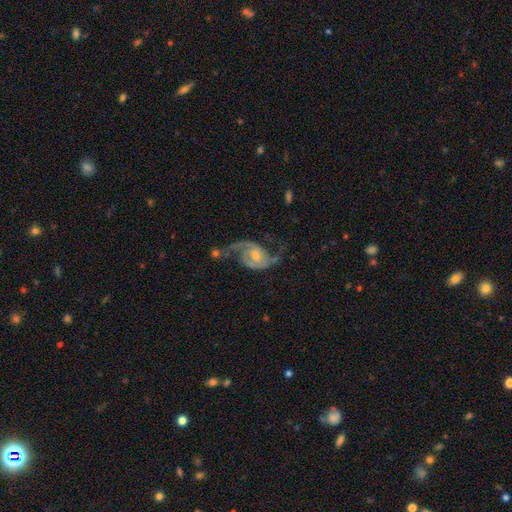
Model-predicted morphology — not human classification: featured or disk 88%, smooth 6%, star or artifact 6%. Down the decision tree: edge-on disk — no (97%); bar — no (62%); spiral arms — yes (96%); spiral arm count — 2 (90%); spiral winding — loose (44%); bulge size — moderate (52%); merging — none (55%).